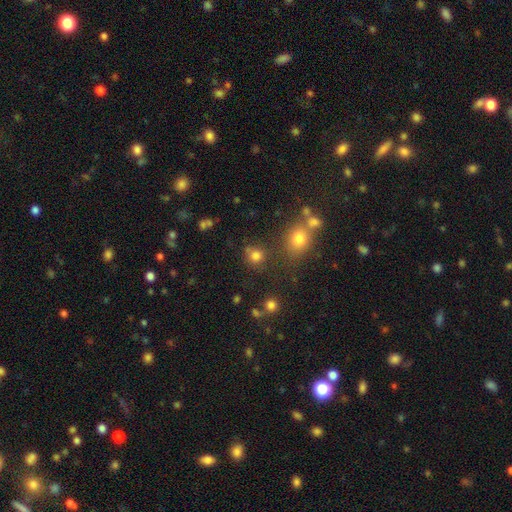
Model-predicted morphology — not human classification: Smooth or featured? smooth (77%)
How rounded? round (85%)
Merging? none (73%)